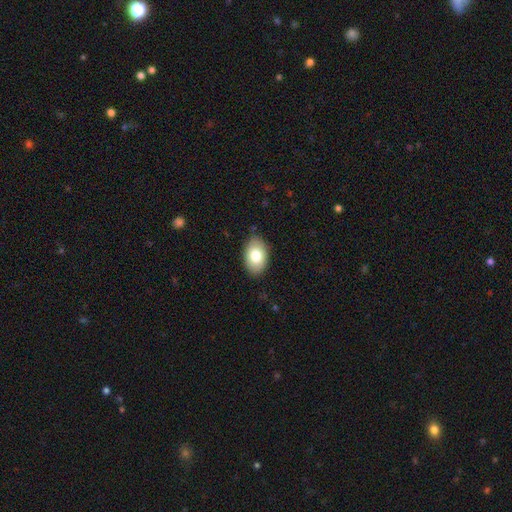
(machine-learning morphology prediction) smooth_or_featured: smooth (p=0.79) [alt: featured or disk p=0.14]
how_rounded: in between (p=0.89) [alt: round p=0.10]
merging: none (p=0.83) [alt: minor disturbance p=0.13]